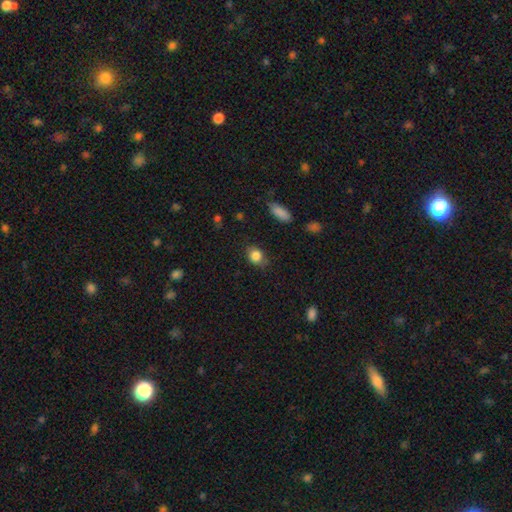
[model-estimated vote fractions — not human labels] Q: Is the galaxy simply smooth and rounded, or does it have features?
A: smooth — 85%.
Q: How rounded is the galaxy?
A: round — 51%.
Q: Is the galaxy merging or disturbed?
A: none — 72%.